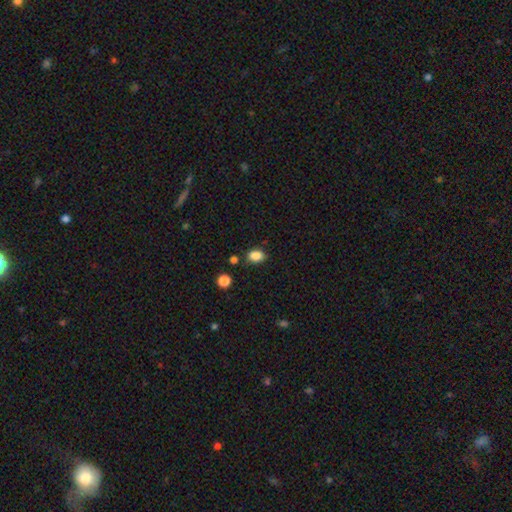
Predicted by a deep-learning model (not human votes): A smooth galaxy with no disk features (86%) that is in between round and cigar-shaped (76%). Merging: none (76%).